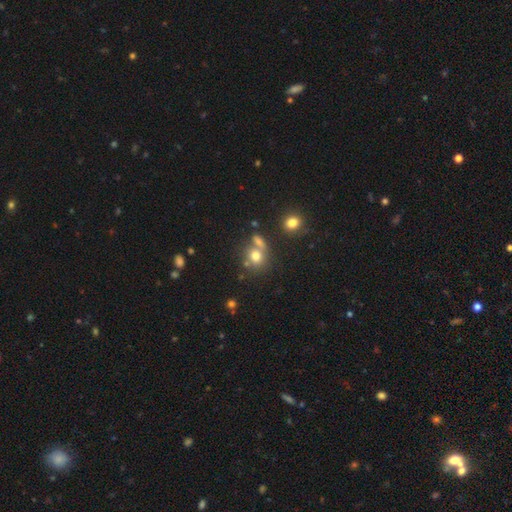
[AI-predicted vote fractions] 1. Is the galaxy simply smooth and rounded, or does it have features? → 74% smooth, 14% star or artifact, 12% featured or disk.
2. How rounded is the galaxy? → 76% round, 22% in between, 1% cigar-shaped.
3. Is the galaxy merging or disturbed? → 51% none, 32% merger, 11% minor disturbance, 6% major disturbance.